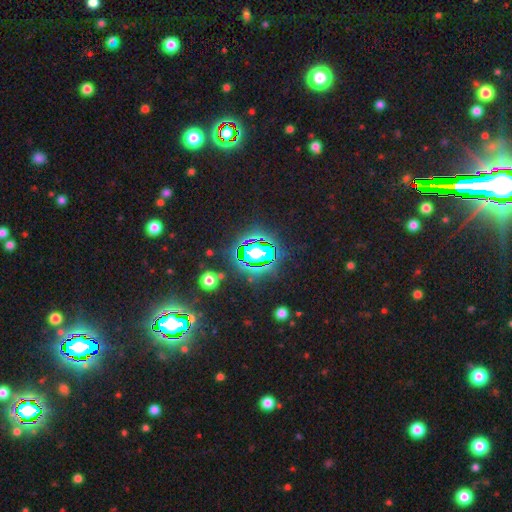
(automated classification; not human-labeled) A star or artifact, not a galaxy (82%).